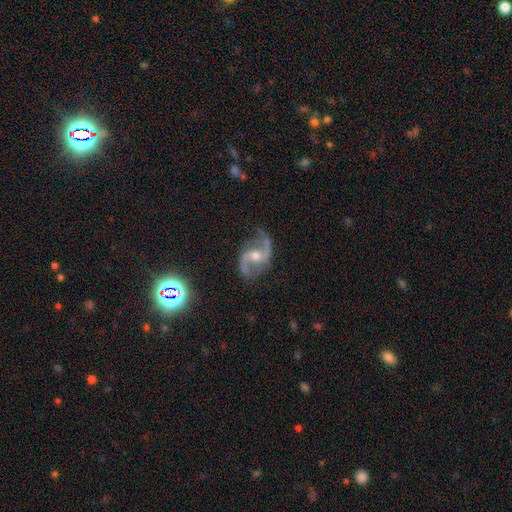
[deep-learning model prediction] smooth-or-featured: featured or disk: 90% | star or artifact: 7% | smooth: 3%
  disk-edge-on: no: 98% | yes: 2%
    bar: no: 46% | weak: 39% | strong: 15%
    has-spiral-arms: yes: 98% | no: 2%
      spiral-winding: loose: 54% | medium: 39% | tight: 7%
      spiral-arm-count: 2: 94% | can't tell: 2% | 1: 1% | 3: 1% | 4: 1% | more than 4: 1%
    bulge-size: moderate: 65% | small: 30% | large: 3% | none: 2% | dominant: 1%
  merging: none: 78% | minor disturbance: 15% | major disturbance: 6% | merger: 2%